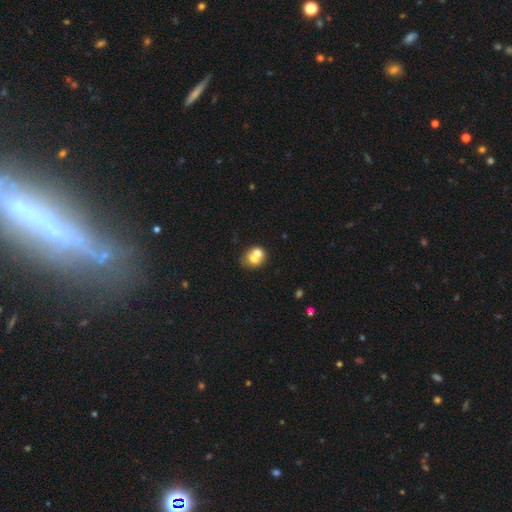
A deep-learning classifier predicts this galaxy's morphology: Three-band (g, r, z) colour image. It shows a smooth galaxy with no disk features (64%) that is round (62%). Merging: merger (61%).